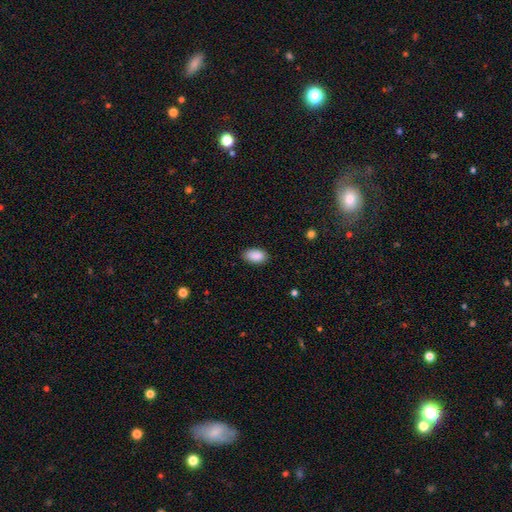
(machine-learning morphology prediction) A smooth galaxy with no disk features (89%) that is in between round and cigar-shaped (93%). Merging: none (84%).